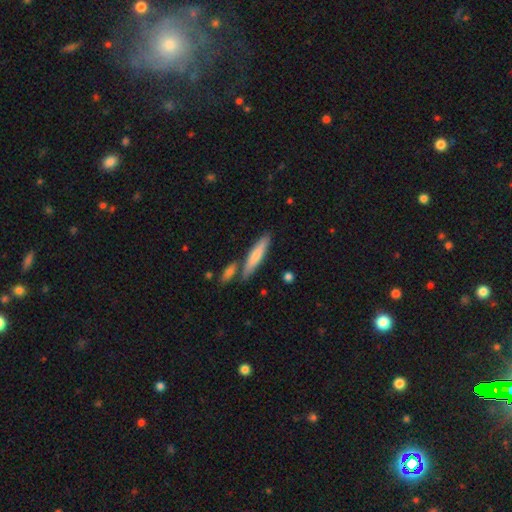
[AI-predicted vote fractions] Smooth or featured? Predicted: smooth (p=0.71). How rounded? Predicted: cigar-shaped (p=0.85). Merging? Predicted: none (p=0.73).